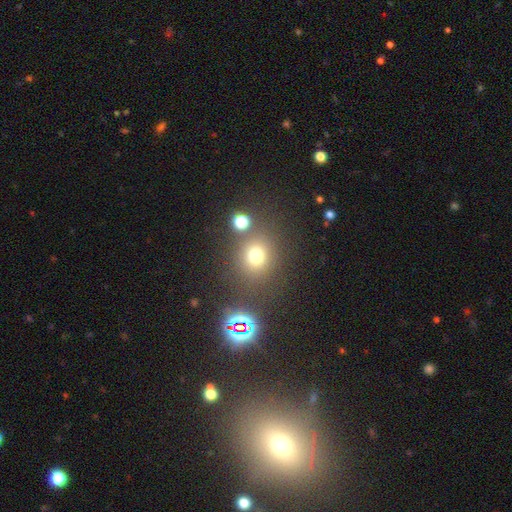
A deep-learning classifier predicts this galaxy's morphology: Smooth or featured? smooth (71%)
How rounded? round (83%)
Merging? none (77%)